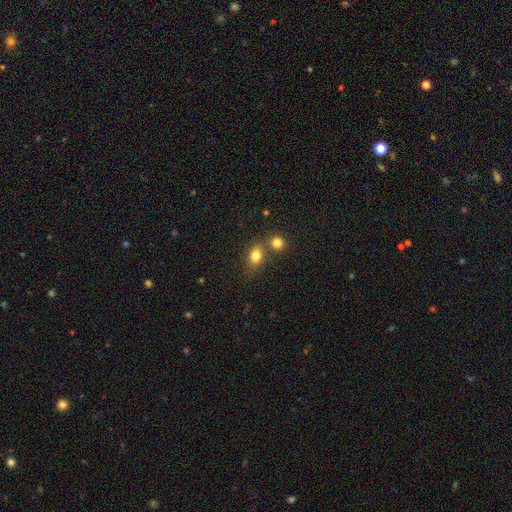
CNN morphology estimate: Smooth or featured? Predicted: smooth (p=0.81). How rounded? Predicted: in between (p=0.61). Merging? Predicted: none (p=0.58).